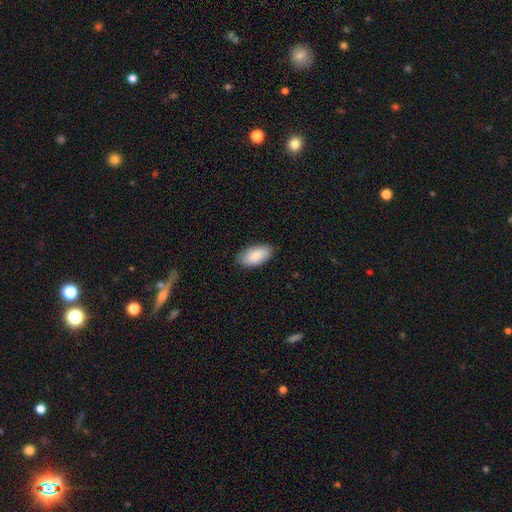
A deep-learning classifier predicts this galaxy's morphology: smooth_or_featured: smooth (p=0.85) [alt: featured or disk p=0.09]
how_rounded: in between (p=0.94) [alt: cigar-shaped p=0.04]
merging: none (p=0.86) [alt: minor disturbance p=0.11]